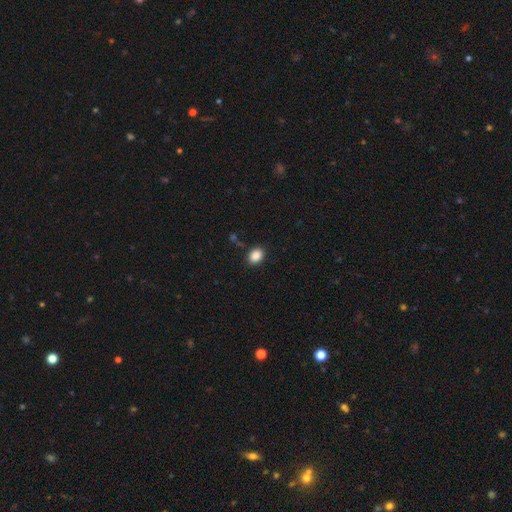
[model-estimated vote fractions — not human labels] This is clearly a smooth galaxy (88%). How rounded: likely in between (65%). Merging: clearly none (87%).